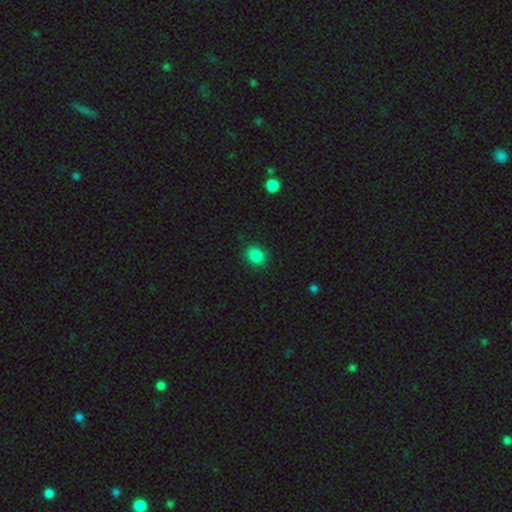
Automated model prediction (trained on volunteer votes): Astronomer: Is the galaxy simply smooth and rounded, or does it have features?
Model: smooth — 86%.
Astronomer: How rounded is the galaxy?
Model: round — 65%.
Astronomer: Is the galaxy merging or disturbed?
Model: none — 88%.